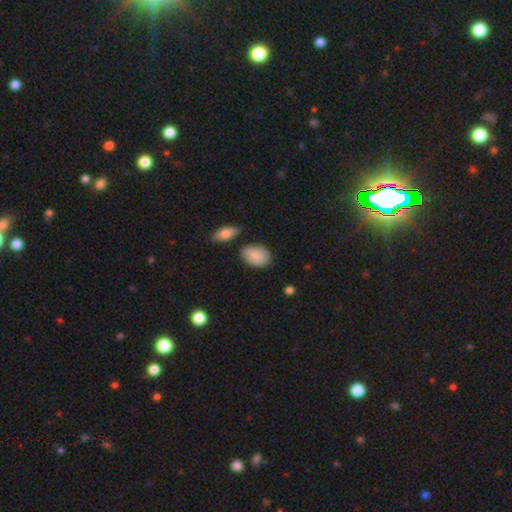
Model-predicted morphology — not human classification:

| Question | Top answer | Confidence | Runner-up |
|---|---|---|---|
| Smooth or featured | smooth | 86% | featured or disk (8%) |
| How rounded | in between | 87% | round (11%) |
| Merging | none | 74% | minor disturbance (17%) |